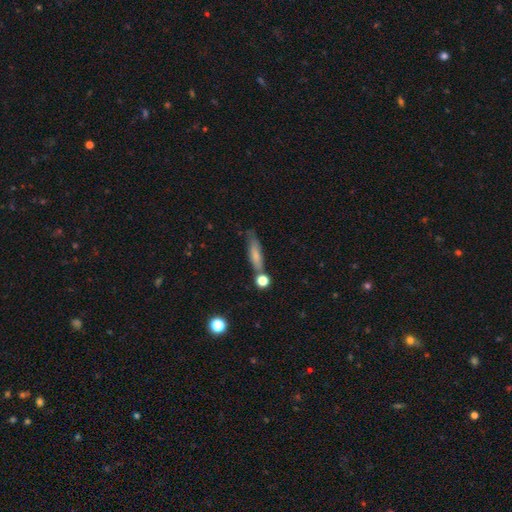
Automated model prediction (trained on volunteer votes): This is likely a smooth galaxy (71%). How rounded: likely cigar-shaped (72%). Merging: likely none (61%).